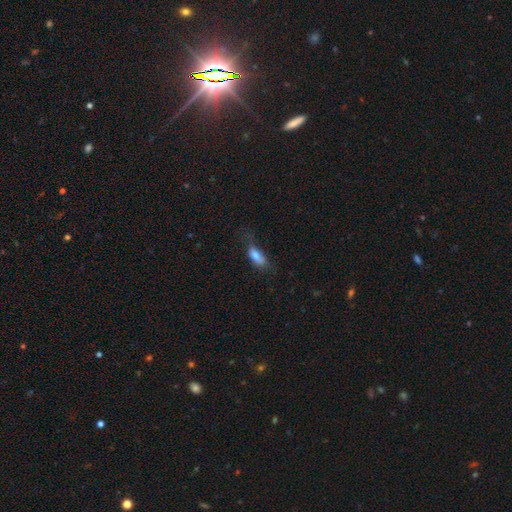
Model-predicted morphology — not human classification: Smooth or featured: smooth — 76% (featured or disk — 16%)
How rounded: in between — 79% (cigar-shaped — 16%)
Merging: none — 40% (minor disturbance — 33%)